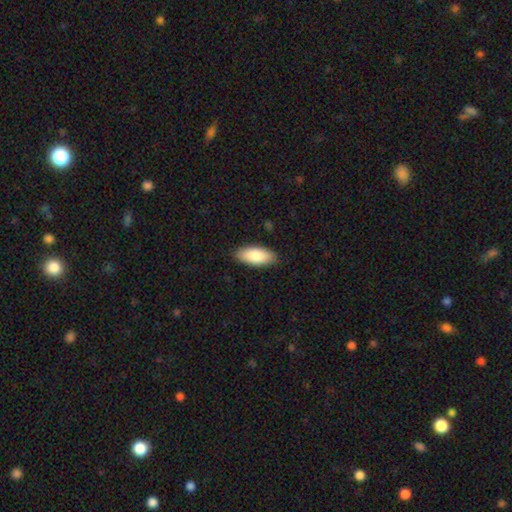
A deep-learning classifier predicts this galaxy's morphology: This is clearly a smooth galaxy (85%). How rounded: clearly in between (87%). Merging: clearly none (88%).